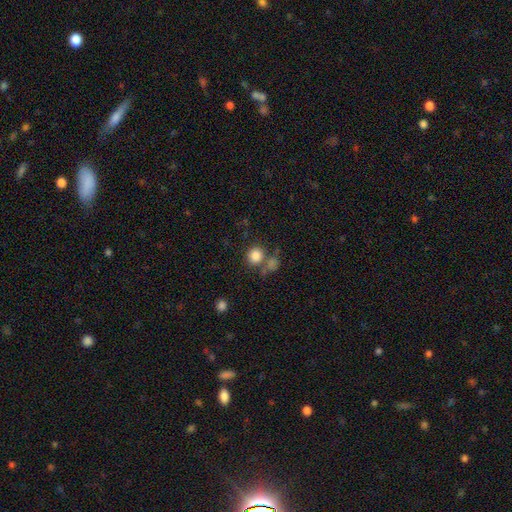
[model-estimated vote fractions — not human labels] smooth_or_featured: smooth (p=0.84) [alt: star or artifact p=0.11]
how_rounded: round (p=0.84) [alt: in between p=0.15]
merging: none (p=0.63) [alt: merger p=0.22]